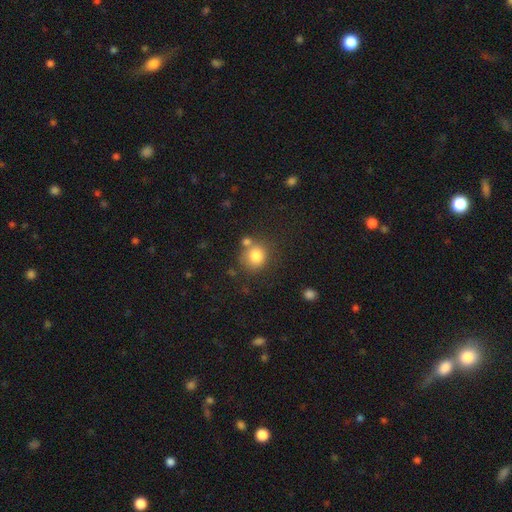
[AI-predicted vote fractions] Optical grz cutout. It shows a smooth galaxy with no disk features (81%) that is round (85%). Merging: none (65%).